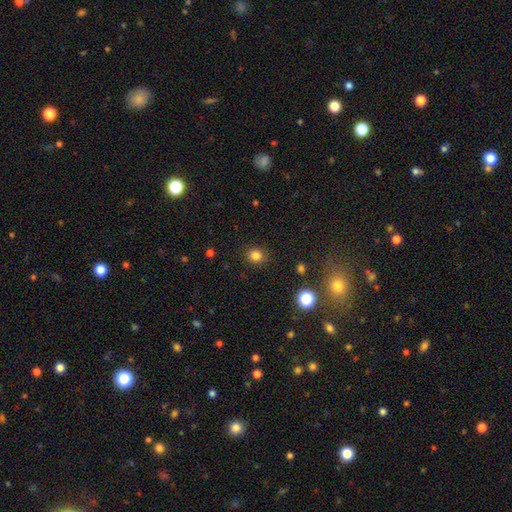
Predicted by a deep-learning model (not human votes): Smooth or featured: smooth — 82% (star or artifact — 13%)
How rounded: round — 77% (in between — 22%)
Merging: none — 89% (minor disturbance — 8%)